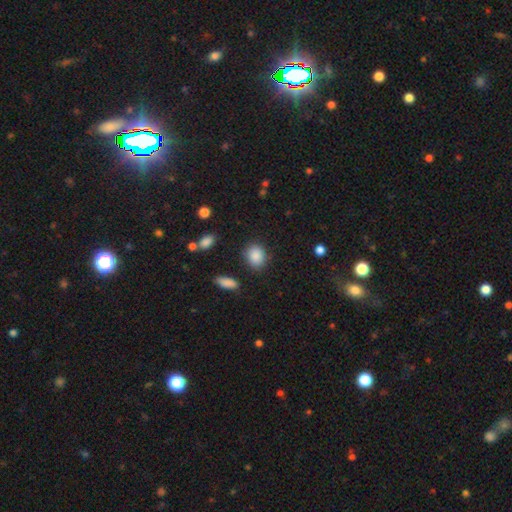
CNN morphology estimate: Q: Smooth or featured?
A: smooth (88%); runner-up: star or artifact (8%)
Q: How rounded?
A: round (52%); runner-up: in between (47%)
Q: Merging?
A: none (83%); runner-up: minor disturbance (11%)